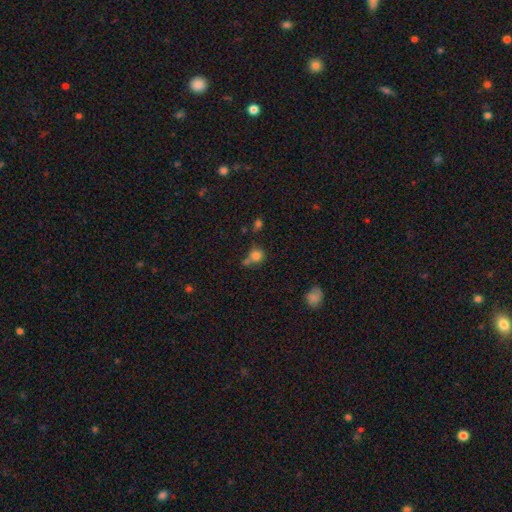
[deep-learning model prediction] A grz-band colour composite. It shows a smooth galaxy with no disk features (77%) that is round (76%). Merging: none (46%).